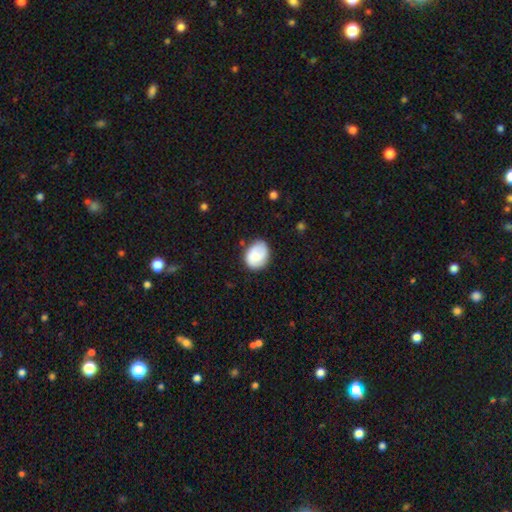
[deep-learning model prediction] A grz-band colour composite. It shows a smooth galaxy with no disk features (79%) that is in between round and cigar-shaped (55%). Merging: none (69%).